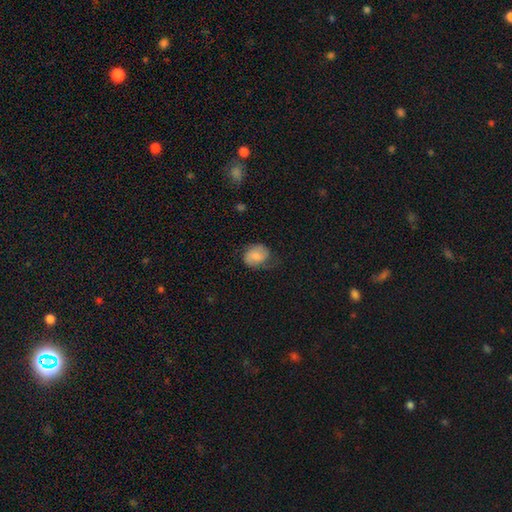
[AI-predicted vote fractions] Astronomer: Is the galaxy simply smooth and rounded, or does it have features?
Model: smooth — 62%.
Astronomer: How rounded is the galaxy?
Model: in between — 52% (runner-up: round, 47%).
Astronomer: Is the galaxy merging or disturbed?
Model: none — 53% (runner-up: minor disturbance, 30%).